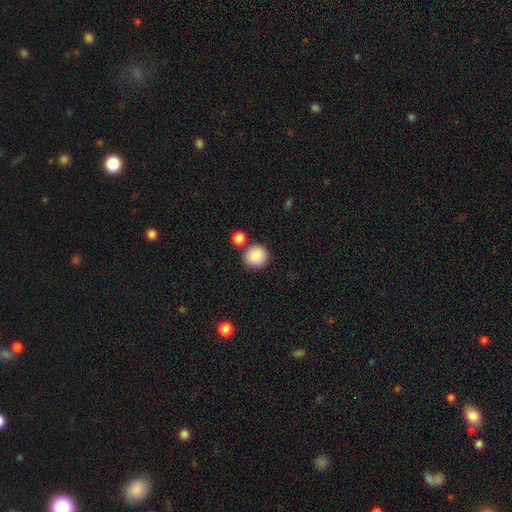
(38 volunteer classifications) Smooth or featured? smooth (92%)
How rounded? round (97%)
Merging? none (76%)